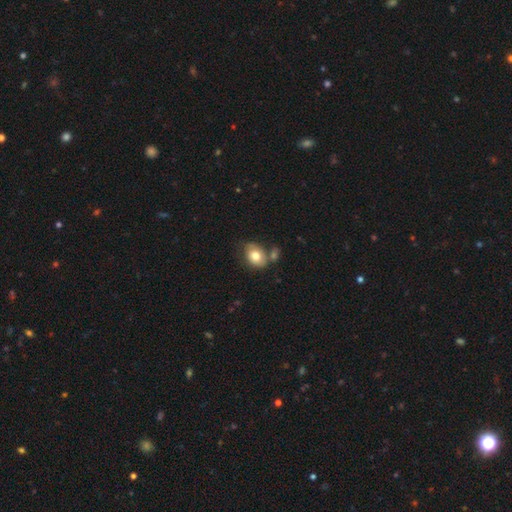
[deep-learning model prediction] This appears to be a smooth galaxy with no disk features (76%) that is in between round and cigar-shaped (69%). Merging: none (50%).